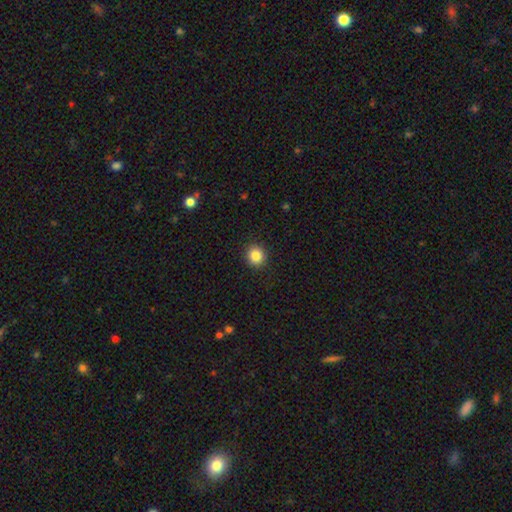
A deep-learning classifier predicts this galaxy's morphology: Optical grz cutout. It shows a smooth galaxy with no disk features (85%) that is round (90%). Merging: none (92%).